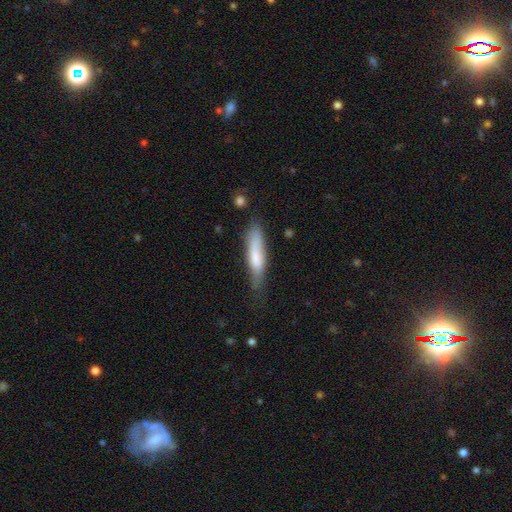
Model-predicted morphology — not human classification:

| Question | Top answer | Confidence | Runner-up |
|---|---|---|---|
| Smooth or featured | smooth | 73% | featured or disk (21%) |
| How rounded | cigar-shaped | 76% | in between (22%) |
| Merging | none | 57% | minor disturbance (31%) |